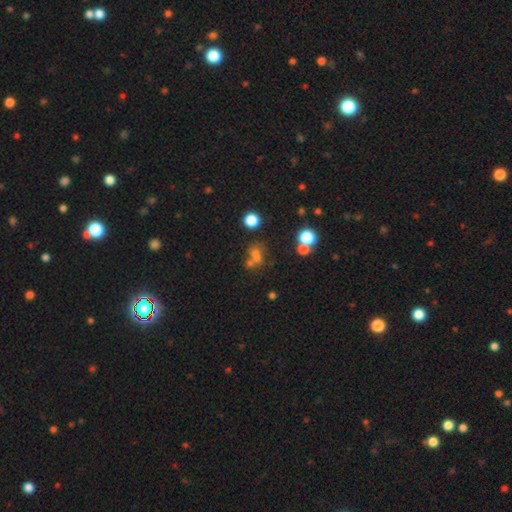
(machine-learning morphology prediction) This is likely a smooth galaxy (62%). How rounded: possibly in between (53%). Merging: marginally none (41%).